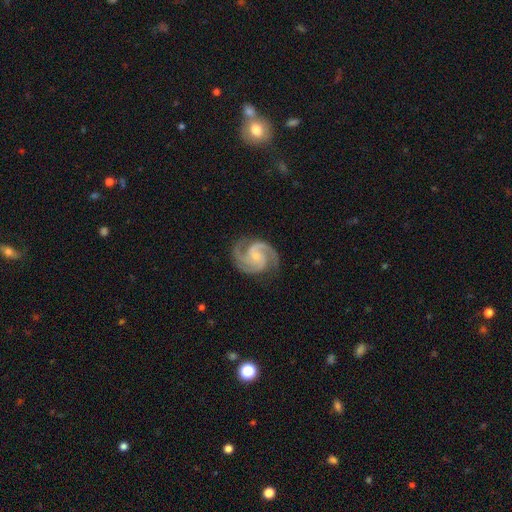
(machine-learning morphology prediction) smooth-or-featured: featured or disk: 94% | star or artifact: 4% | smooth: 3%
  disk-edge-on: no: 98% | yes: 2%
    bar: no: 61% | weak: 31% | strong: 8%
    has-spiral-arms: yes: 99% | no: 1%
      spiral-winding: medium: 53% | tight: 41% | loose: 6%
      spiral-arm-count: 3: 64% | 2: 21% | 4: 5% | can't tell: 4% | 1: 3% | more than 4: 3%
    bulge-size: small: 69% | moderate: 26% | none: 3% | large: 1% | dominant: 1%
  merging: none: 80% | minor disturbance: 15% | major disturbance: 5% | merger: 1%